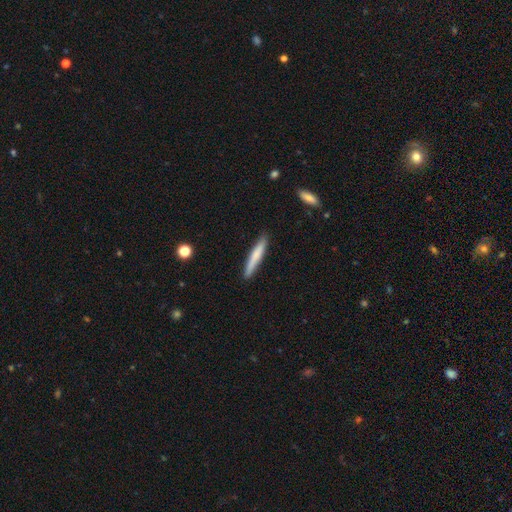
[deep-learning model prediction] This is likely a smooth galaxy (71%). How rounded: clearly cigar-shaped (95%). Merging: clearly none (87%).